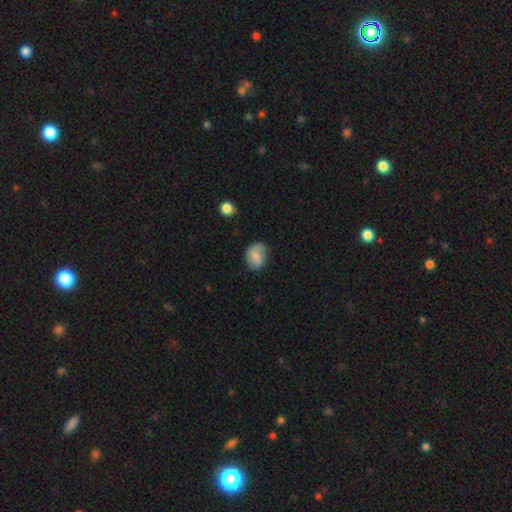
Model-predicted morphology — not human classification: A smooth galaxy with no disk features (70%) that is in between round and cigar-shaped (57%). Merging: none (62%).